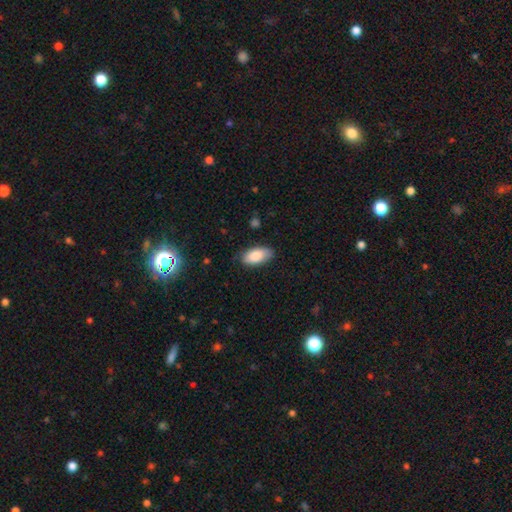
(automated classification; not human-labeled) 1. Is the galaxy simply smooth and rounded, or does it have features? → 86% smooth, 8% featured or disk, 6% star or artifact.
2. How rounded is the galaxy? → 93% in between, 5% cigar-shaped, 2% round.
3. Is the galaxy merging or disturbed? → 79% none, 17% minor disturbance, 3% major disturbance, 1% merger.